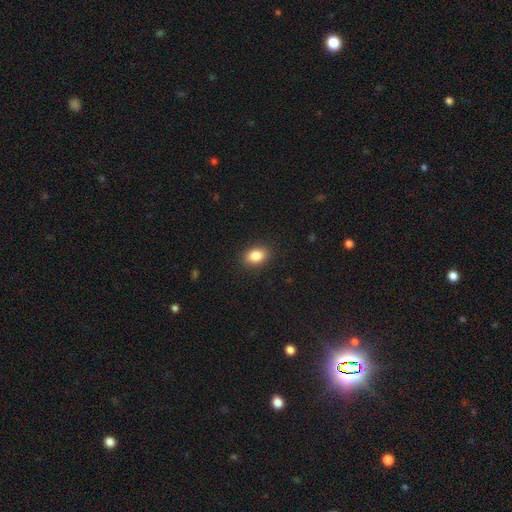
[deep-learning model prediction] Q: Smooth or featured?
A: smooth (86%); runner-up: star or artifact (9%)
Q: How rounded?
A: in between (79%); runner-up: round (20%)
Q: Merging?
A: none (89%); runner-up: minor disturbance (8%)